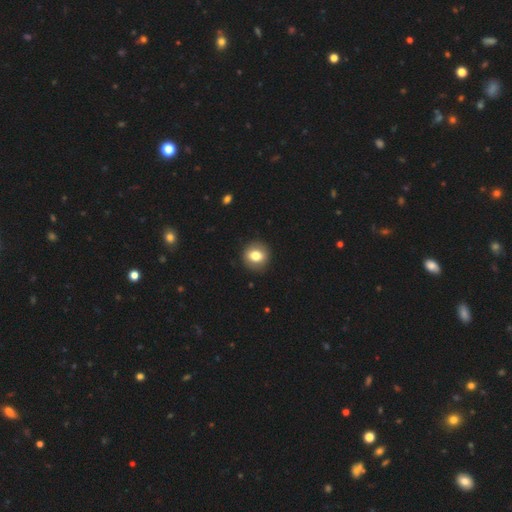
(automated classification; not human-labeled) The model was most divided on "smooth or featured": smooth: 76%, featured or disk: 15%, star or artifact: 9%. More confident: merging — none (90%); how rounded — round (82%).